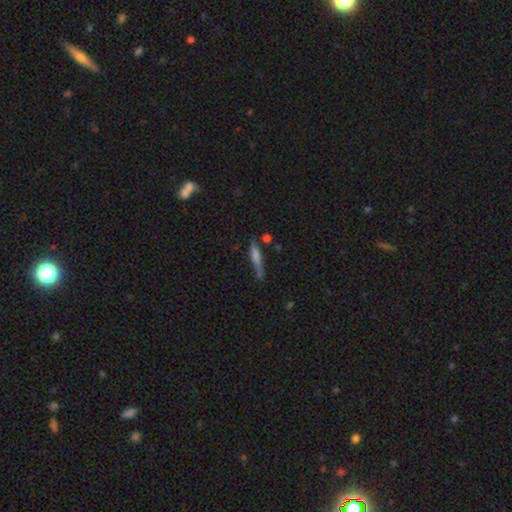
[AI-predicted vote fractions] Q: Smooth or featured?
A: smooth (53%); runner-up: featured or disk (39%)
Q: How rounded?
A: cigar-shaped (88%); runner-up: in between (10%)
Q: Merging?
A: none (61%); runner-up: minor disturbance (25%)